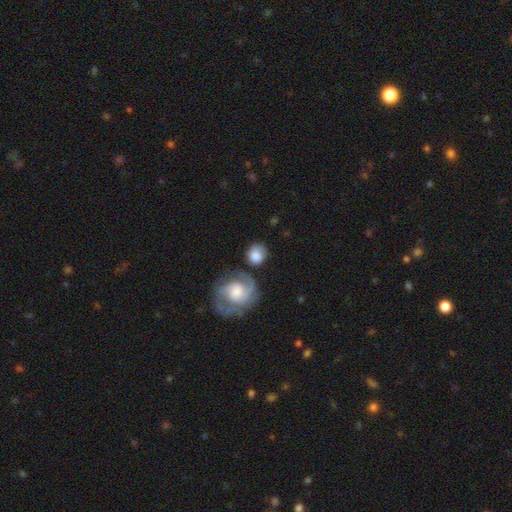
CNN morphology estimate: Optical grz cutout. It shows a smooth galaxy with no disk features (69%) that is round (78%). Merging: none (64%).